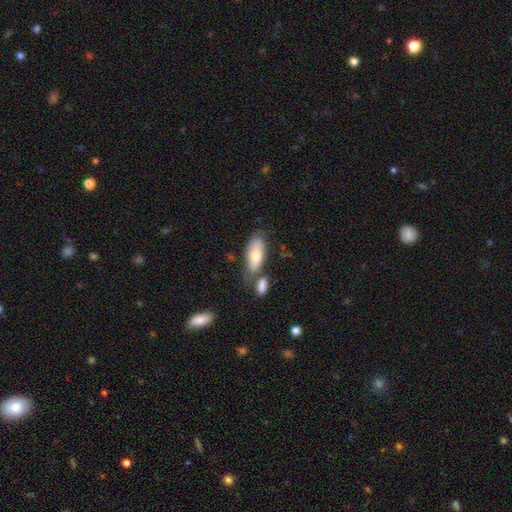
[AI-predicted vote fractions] The model was most divided on "merging": none: 54%, merger: 24%, minor disturbance: 17%, major disturbance: 5%. More confident: how rounded — in between (82%); smooth or featured — smooth (74%).